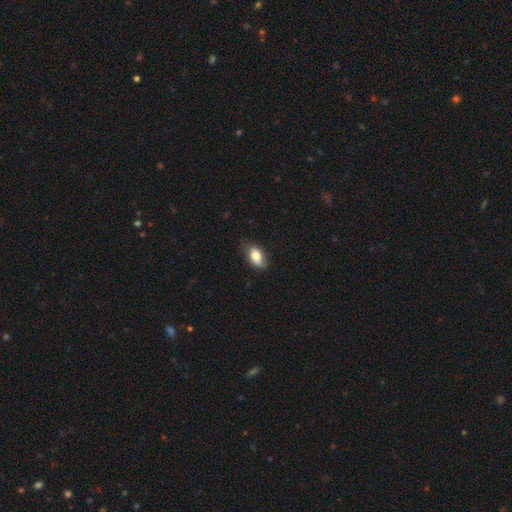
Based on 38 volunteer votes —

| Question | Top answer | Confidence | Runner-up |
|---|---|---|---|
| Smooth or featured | smooth | 76% | featured or disk (16%) |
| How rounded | in between | 97% | cigar-shaped (3%) |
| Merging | none | 66% | minor disturbance (31%) |